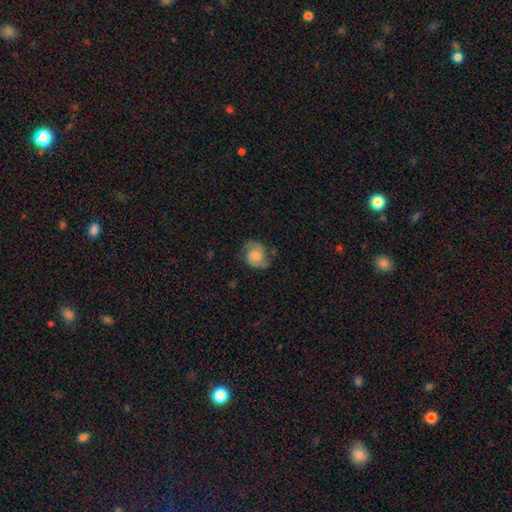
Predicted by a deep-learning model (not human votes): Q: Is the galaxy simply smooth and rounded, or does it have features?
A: featured or disk — 58%.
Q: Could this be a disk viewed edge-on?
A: no — 97%.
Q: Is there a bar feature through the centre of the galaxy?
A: no — 71%.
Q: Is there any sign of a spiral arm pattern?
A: yes — 89%.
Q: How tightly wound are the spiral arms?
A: medium — 46%.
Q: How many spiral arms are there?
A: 2 — 84%.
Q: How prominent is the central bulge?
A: moderate — 45%.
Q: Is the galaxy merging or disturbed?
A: none — 64%.